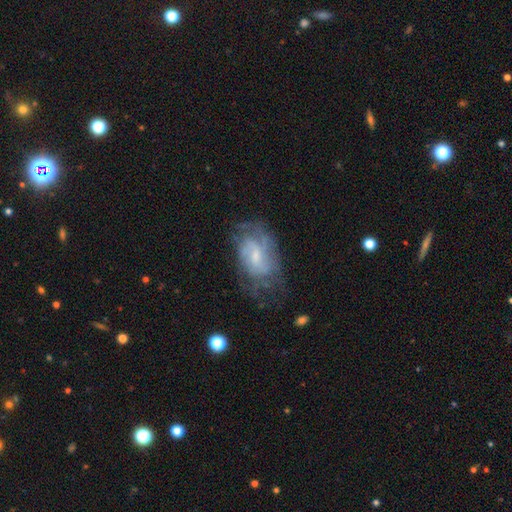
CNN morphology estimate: smooth_or_featured: featured or disk (p=0.69) [alt: smooth p=0.23]
disk_edge_on: no (p=0.96) [alt: yes p=0.04]
bar: weak (p=0.47) [alt: no p=0.45]
has_spiral_arms: yes (p=0.81) [alt: no p=0.19]
spiral_winding: tight (p=0.40) [tied with: medium p=0.40]
spiral_arm_count: can't tell (p=0.48) [alt: 2 p=0.28]
bulge_size: small (p=0.57) [alt: moderate p=0.28]
merging: none (p=0.54) [alt: minor disturbance p=0.25]